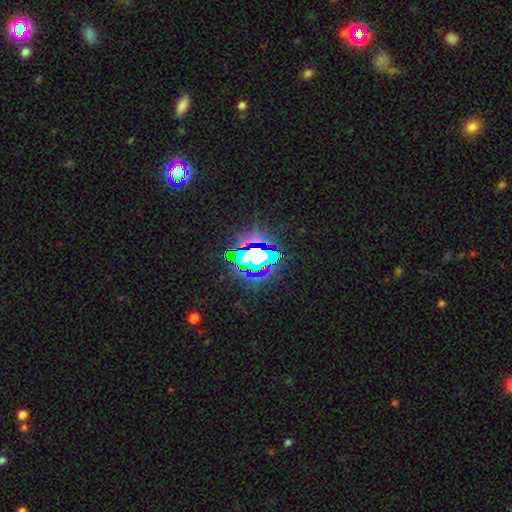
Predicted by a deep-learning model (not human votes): A star or artifact, not a galaxy (66%).